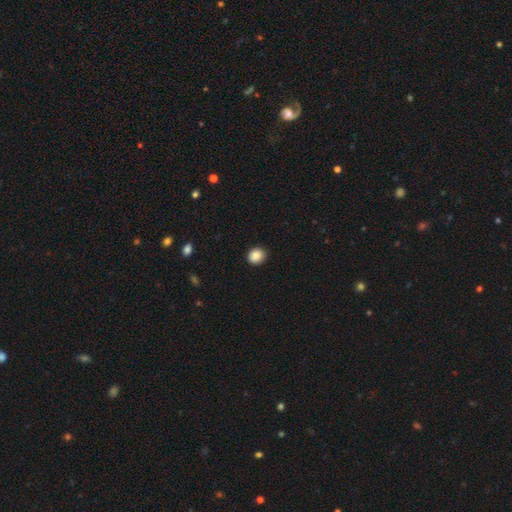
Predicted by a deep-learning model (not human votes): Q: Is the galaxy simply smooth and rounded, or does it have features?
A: smooth — 88%.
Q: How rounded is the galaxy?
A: round — 75%.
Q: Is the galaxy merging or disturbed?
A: none — 91%.